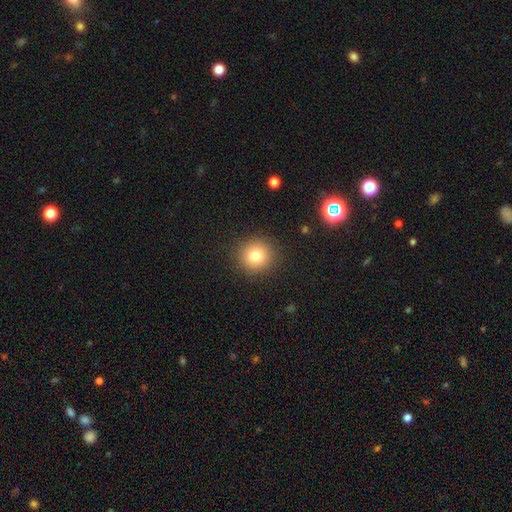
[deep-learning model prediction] The model was most divided on "smooth or featured": smooth: 80%, star or artifact: 12%, featured or disk: 8%. More confident: how rounded — round (92%); merging — none (90%).